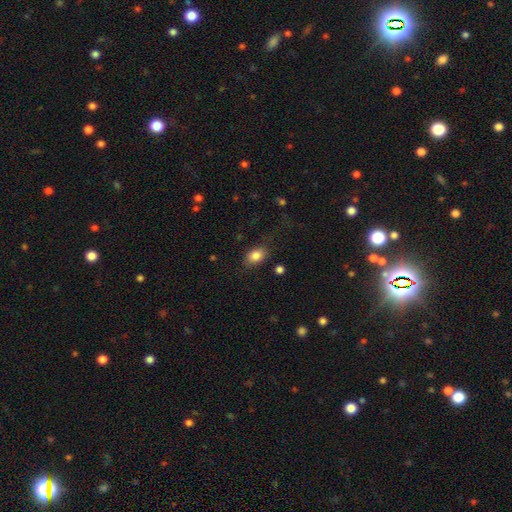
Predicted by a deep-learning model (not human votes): Overall: smooth (84%). How rounded: in between (77%). Merging: none (74%).